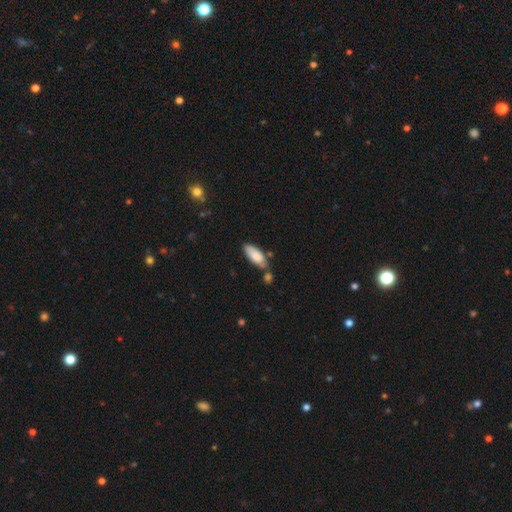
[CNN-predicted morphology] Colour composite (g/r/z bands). It shows a smooth galaxy with no disk features (85%) that is in between round and cigar-shaped (78%). Merging: none (55%).